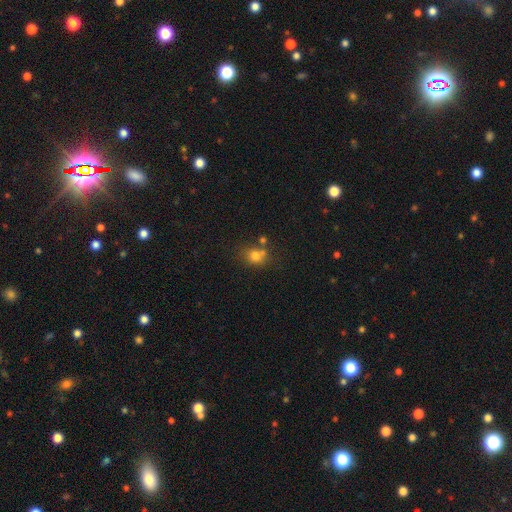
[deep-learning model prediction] This appears to be a smooth galaxy with no disk features (75%) that is round (67%). Merging: none (55%).